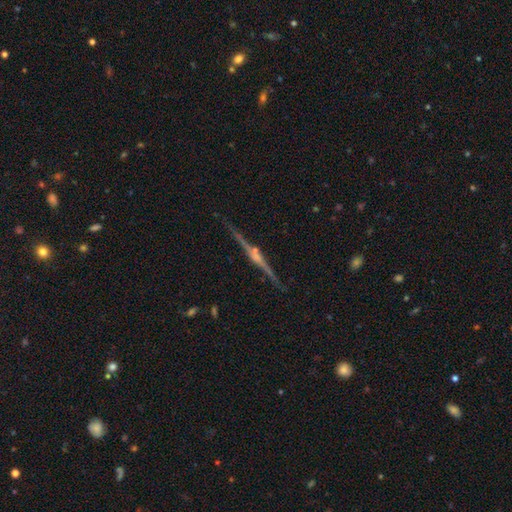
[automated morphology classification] featured or disk 85%, smooth 8%, star or artifact 7%. Down the decision tree: edge-on disk — yes (98%); edge-on bulge — rounded (80%); merging — none (87%).